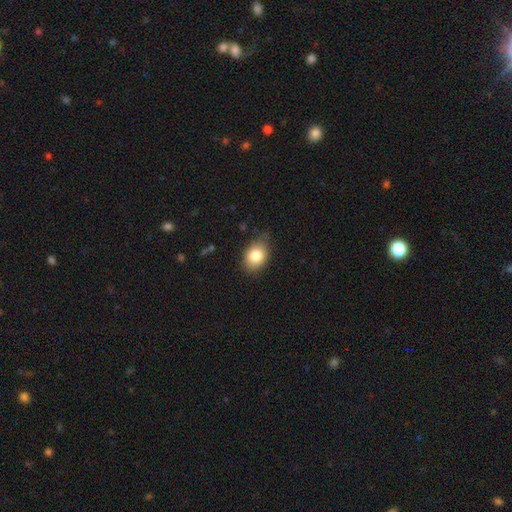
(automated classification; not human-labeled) smooth-or-featured: smooth: 82% | featured or disk: 10% | star or artifact: 8%
  how-rounded: in between: 72% | round: 27% | cigar-shaped: 1%
  merging: none: 74% | minor disturbance: 21% | major disturbance: 4% | merger: 1%